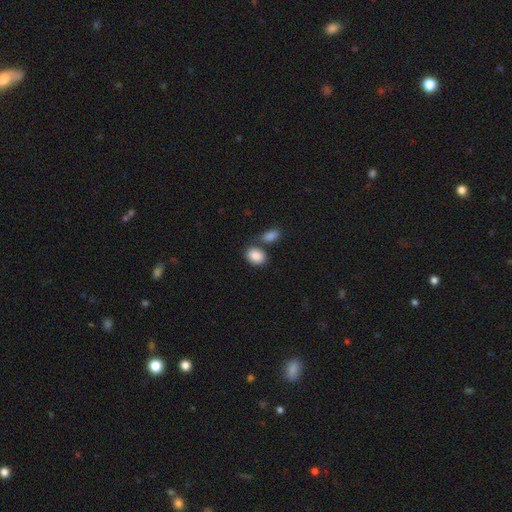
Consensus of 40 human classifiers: smooth-or-featured: smooth: 92% | featured or disk: 5% | star or artifact: 2%
  how-rounded: in between: 76% | round: 24% | cigar-shaped: 0%
  merging: none: 64% | merger: 26% | minor disturbance: 5% | major disturbance: 5%